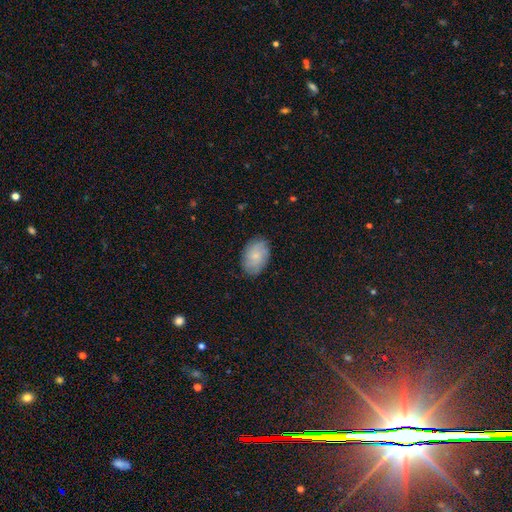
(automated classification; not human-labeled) A smooth galaxy with no disk features (66%) that is in between round and cigar-shaped (85%).

Vote fractions:
- Smooth or featured? smooth: 66% / featured or disk: 26% / star or artifact: 8%
- How rounded? in between: 85% / round: 14% / cigar-shaped: 1%
- Merging? none: 83% / minor disturbance: 13% / major disturbance: 3% / merger: 1%